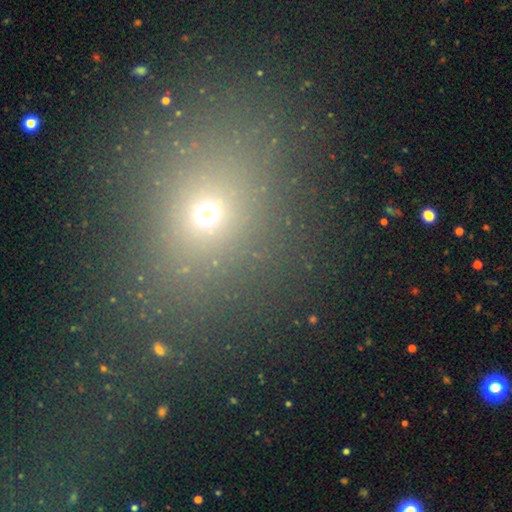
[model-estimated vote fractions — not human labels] smooth 56%, star or artifact 33%, featured or disk 11%. Down the decision tree: how rounded — round (59%); merging — none (72%).